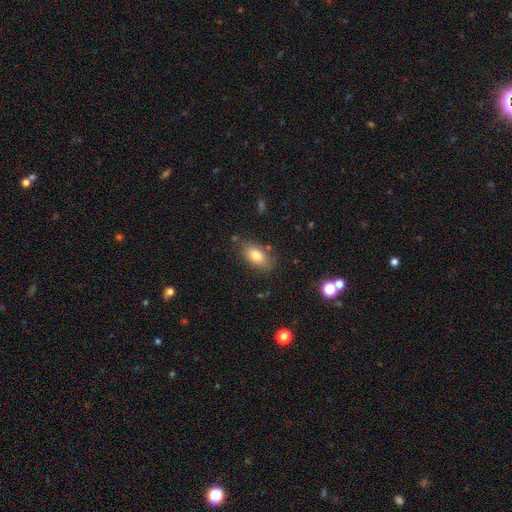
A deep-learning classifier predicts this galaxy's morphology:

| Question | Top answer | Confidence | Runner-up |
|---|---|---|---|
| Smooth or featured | smooth | 80% | featured or disk (12%) |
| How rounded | in between | 89% | round (6%) |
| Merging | none | 81% | minor disturbance (13%) |